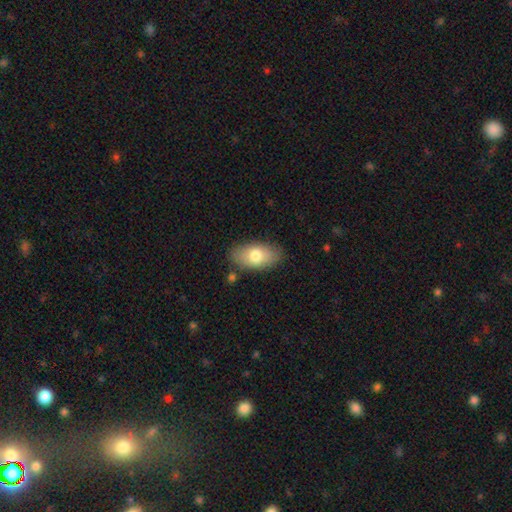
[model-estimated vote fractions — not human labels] Smooth or featured?
  - smooth: 76% *
  - featured or disk: 18%
  - star or artifact: 7%
How rounded?
  - in between: 92% *
  - round: 5%
  - cigar-shaped: 3%
Merging?
  - none: 82% *
  - minor disturbance: 13%
  - major disturbance: 3%
  - merger: 3%